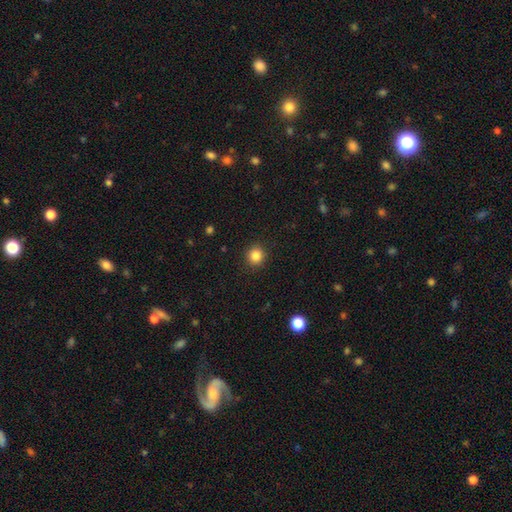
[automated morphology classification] Smooth or featured? smooth (85%)
How rounded? round (92%)
Merging? none (92%)